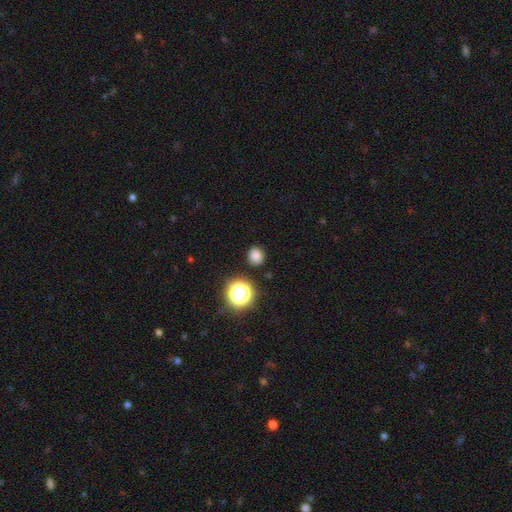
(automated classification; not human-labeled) Smooth or featured? smooth (79%)
How rounded? round (80%)
Merging? none (86%)